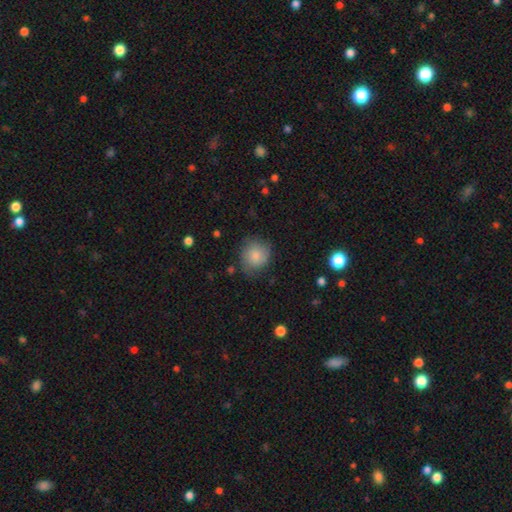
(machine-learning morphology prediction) Smooth or featured? Predicted: smooth (p=0.80). How rounded? Predicted: round (p=0.86). Merging? Predicted: none (p=0.73).